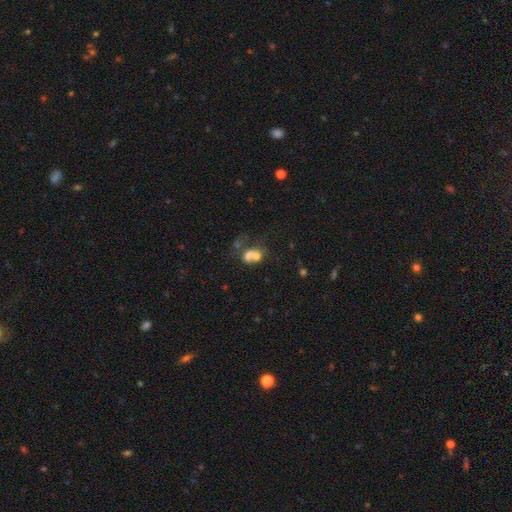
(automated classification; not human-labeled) smooth_or_featured: smooth (p=0.62) [alt: featured or disk p=0.23]
how_rounded: round (p=0.50) [alt: in between p=0.49]
merging: merger (p=0.62) [alt: none p=0.21]